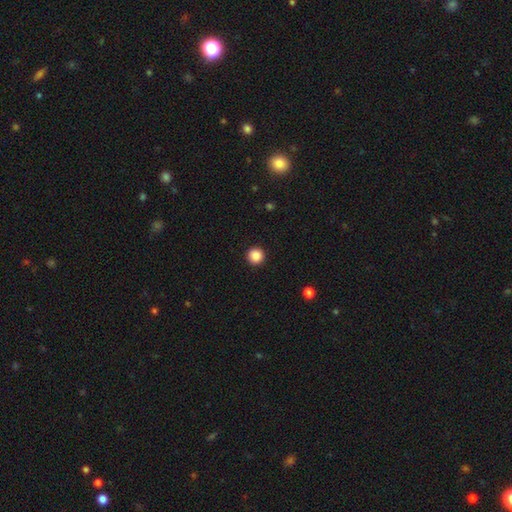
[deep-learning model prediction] Morphology: type=smooth (87%); roundness=round (96%); merging=none (93%).